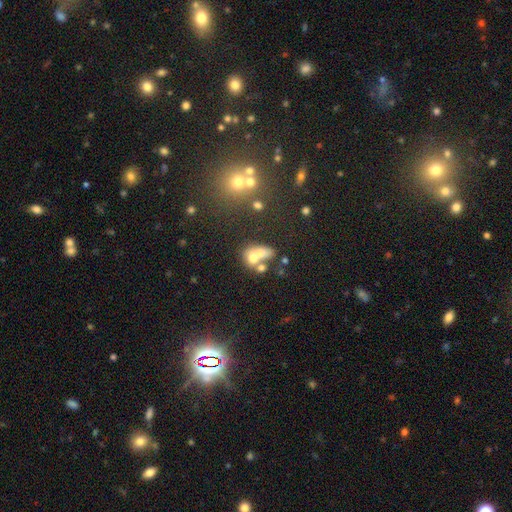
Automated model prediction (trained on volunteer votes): The model was most divided on "how rounded": in between: 63%, round: 34%, cigar-shaped: 3%. More confident: merging — merger (61%); smooth or featured — smooth (60%).